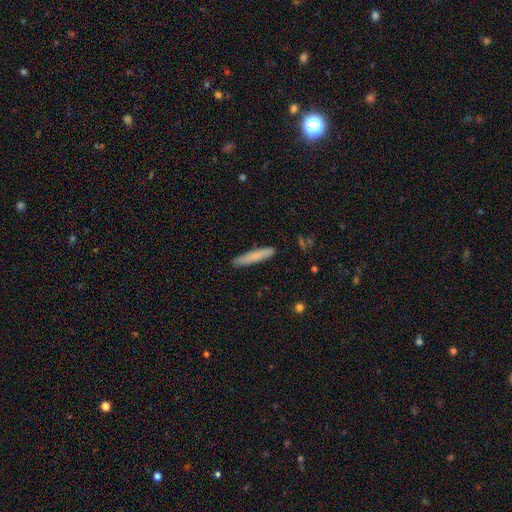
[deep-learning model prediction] This appears to be a smooth galaxy with no disk features (77%) that is cigar-shaped (93%). Merging: none (89%).